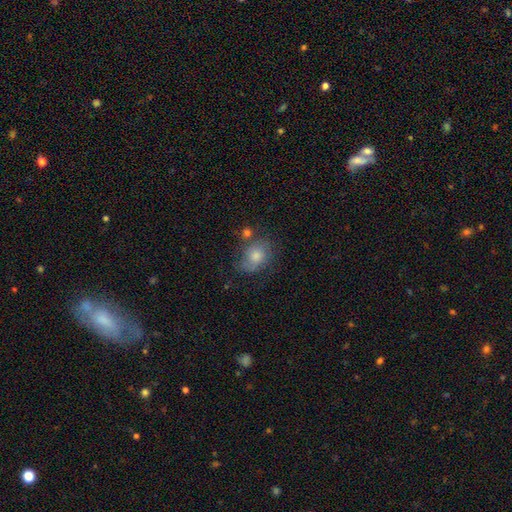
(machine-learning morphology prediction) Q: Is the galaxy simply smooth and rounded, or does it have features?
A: smooth — 56%.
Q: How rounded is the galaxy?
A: in between — 50%.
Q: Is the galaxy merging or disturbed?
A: none — 60%.